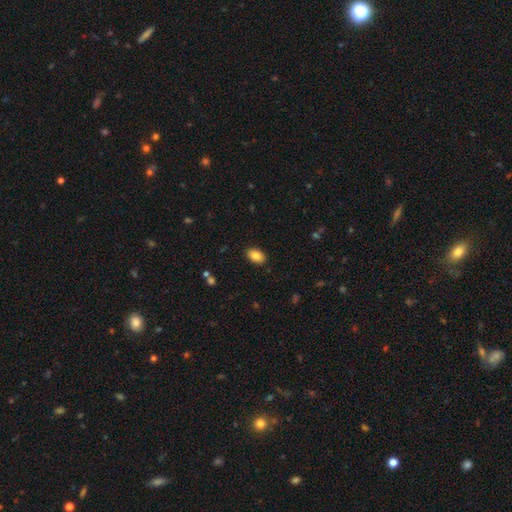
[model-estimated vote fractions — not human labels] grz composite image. It shows a smooth galaxy with no disk features (85%) that is in between round and cigar-shaped (91%). Merging: none (89%).